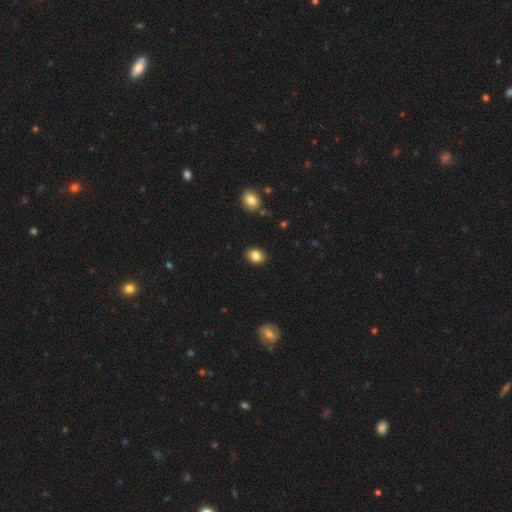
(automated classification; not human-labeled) This appears to be a smooth galaxy with no disk features (84%) that is in between round and cigar-shaped (65%). Merging: none (88%).